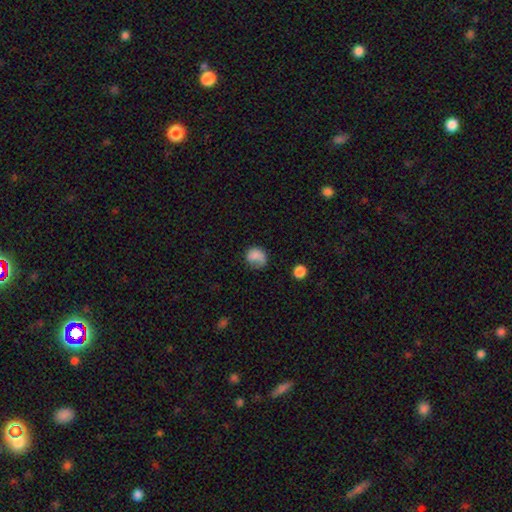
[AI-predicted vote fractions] smooth_or_featured: smooth (p=0.75) [alt: featured or disk p=0.16]
how_rounded: round (p=0.65) [alt: in between p=0.34]
merging: none (p=0.45) [alt: minor disturbance p=0.28]